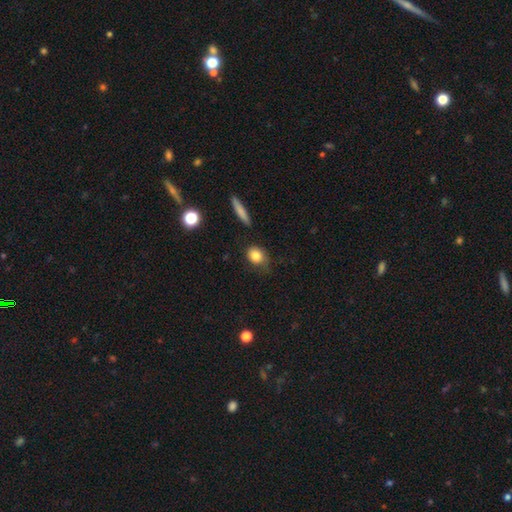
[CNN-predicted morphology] smooth 82%, featured or disk 10%, star or artifact 9%. Down the decision tree: how rounded — round (54%); merging — none (64%).